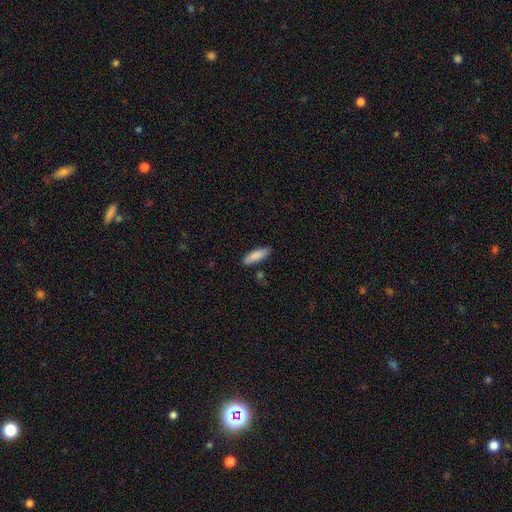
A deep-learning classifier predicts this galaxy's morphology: Smooth or featured?
  - smooth: 86% *
  - featured or disk: 8%
  - star or artifact: 6%
How rounded?
  - in between: 52% *
  - cigar-shaped: 46%
  - round: 2%
Merging?
  - none: 84% *
  - minor disturbance: 11%
  - merger: 3%
  - major disturbance: 2%